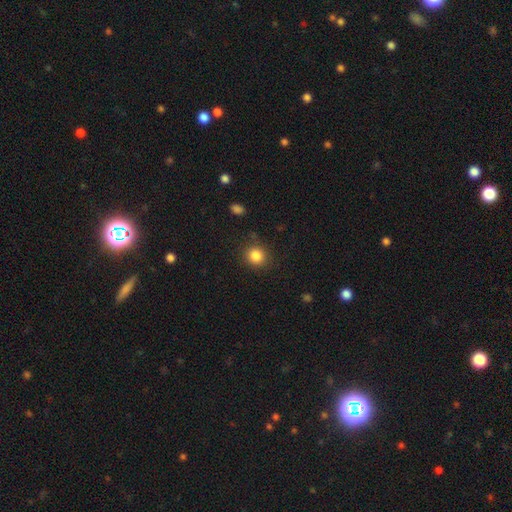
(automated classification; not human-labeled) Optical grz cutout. It shows a smooth galaxy with no disk features (85%) that is round (87%). Merging: none (85%).